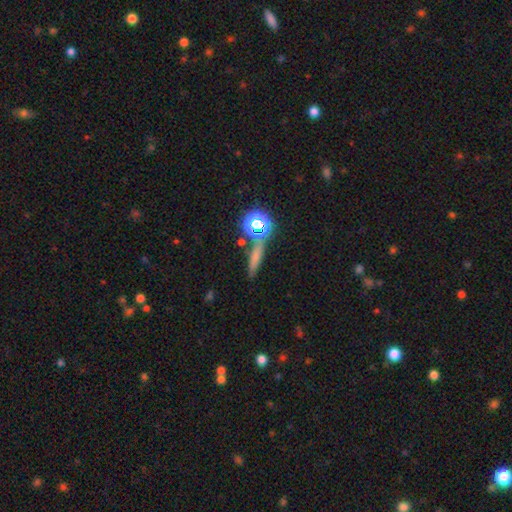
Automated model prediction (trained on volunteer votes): Smooth or featured? smooth (59%)
How rounded? cigar-shaped (74%)
Merging? none (75%)